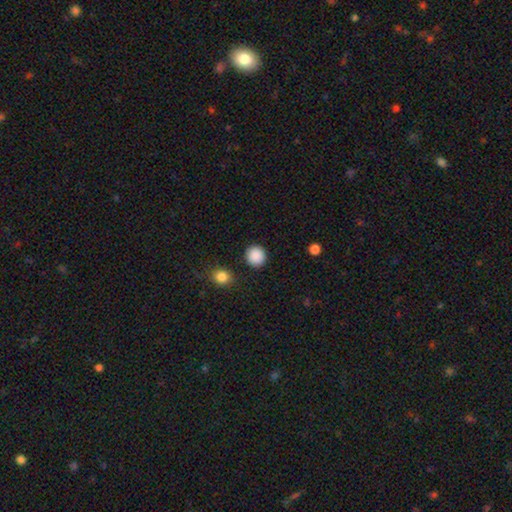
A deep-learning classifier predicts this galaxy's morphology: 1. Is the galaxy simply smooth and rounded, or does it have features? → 89% smooth, 8% star or artifact, 3% featured or disk.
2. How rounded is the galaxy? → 94% round, 5% in between, 1% cigar-shaped.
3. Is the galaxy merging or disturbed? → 91% none, 5% minor disturbance, 2% major disturbance, 2% merger.